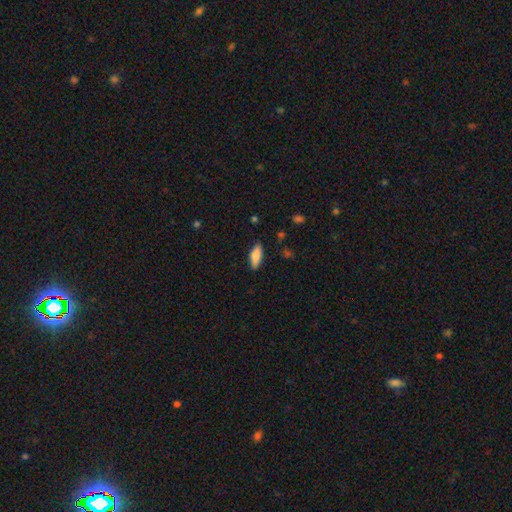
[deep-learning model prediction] The model was most divided on "how rounded": in between: 66%, cigar-shaped: 32%, round: 2%. More confident: merging — none (85%); smooth or featured — smooth (83%).